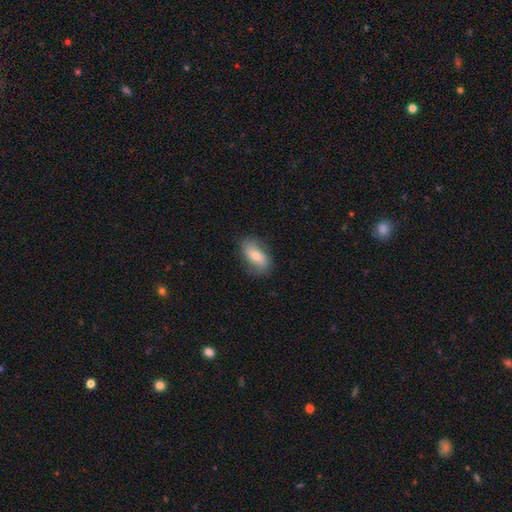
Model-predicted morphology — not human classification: A smooth galaxy with no disk features (58%) that is in between round and cigar-shaped (88%).

Vote fractions:
- Smooth or featured? smooth: 58% / featured or disk: 35% / star or artifact: 7%
- How rounded? in between: 88% / round: 6% / cigar-shaped: 6%
- Merging? none: 77% / minor disturbance: 17% / major disturbance: 5% / merger: 1%